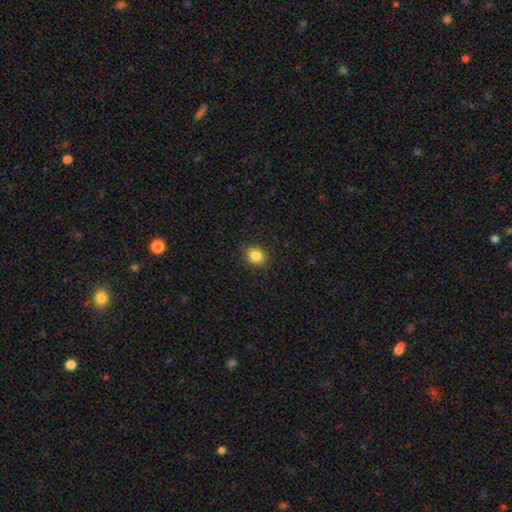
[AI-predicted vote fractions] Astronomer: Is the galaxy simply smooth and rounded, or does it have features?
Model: smooth — 85%.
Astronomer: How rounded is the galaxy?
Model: round — 68%.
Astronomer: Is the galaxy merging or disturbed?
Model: none — 88%.